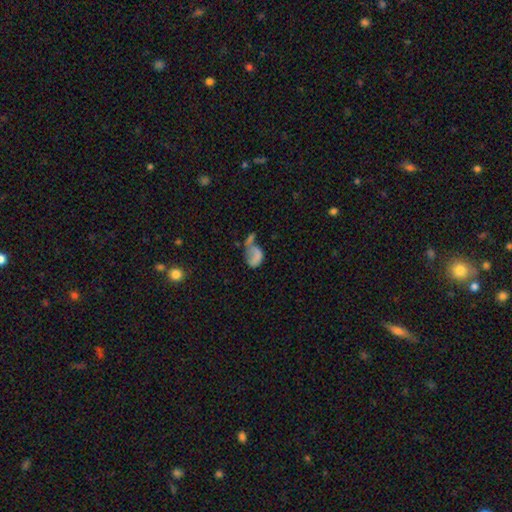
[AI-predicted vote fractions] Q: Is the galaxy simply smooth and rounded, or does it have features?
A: smooth — 57%.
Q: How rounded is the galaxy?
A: in between — 82%.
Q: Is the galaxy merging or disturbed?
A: major disturbance — 36%.